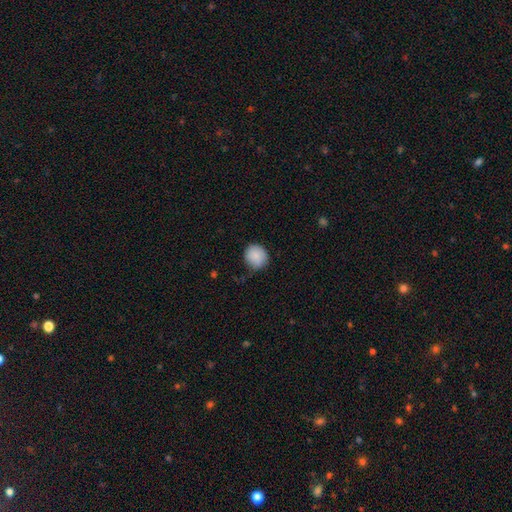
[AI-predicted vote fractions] A smooth galaxy with no disk features (87%) that is round (88%). Merging: none (75%).